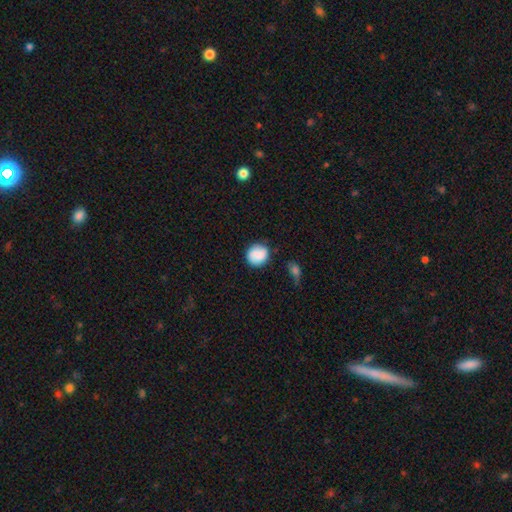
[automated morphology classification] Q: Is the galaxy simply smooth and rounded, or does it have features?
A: smooth — 83%.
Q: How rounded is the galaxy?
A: round — 88%.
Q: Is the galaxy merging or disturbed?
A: none — 77%.